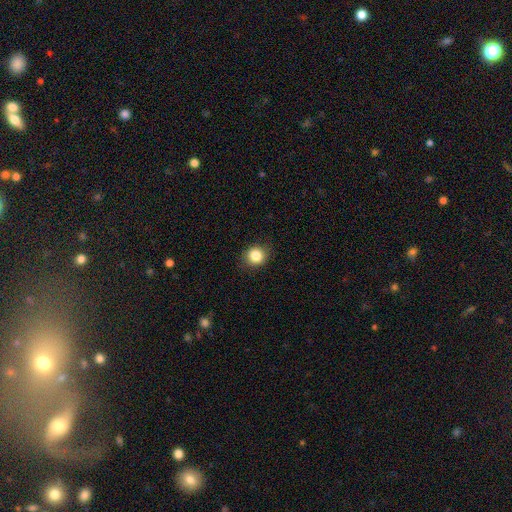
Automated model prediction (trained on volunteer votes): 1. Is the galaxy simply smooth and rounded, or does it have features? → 85% smooth, 10% star or artifact, 5% featured or disk.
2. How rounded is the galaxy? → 82% round, 17% in between, 1% cigar-shaped.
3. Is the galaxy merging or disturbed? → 87% none, 10% minor disturbance, 3% major disturbance, 1% merger.